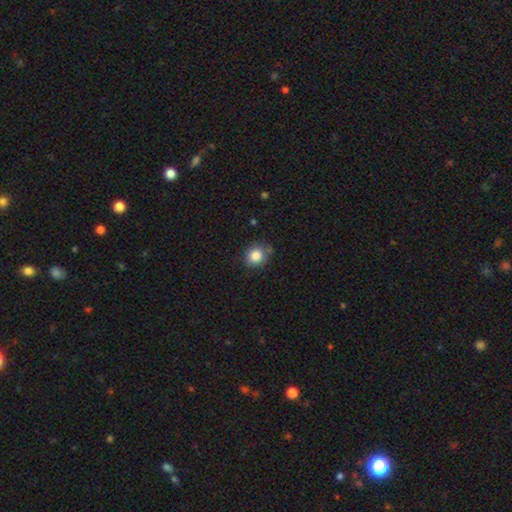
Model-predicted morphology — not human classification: This appears to be a smooth galaxy with no disk features (84%) that is round (82%). Merging: none (79%).